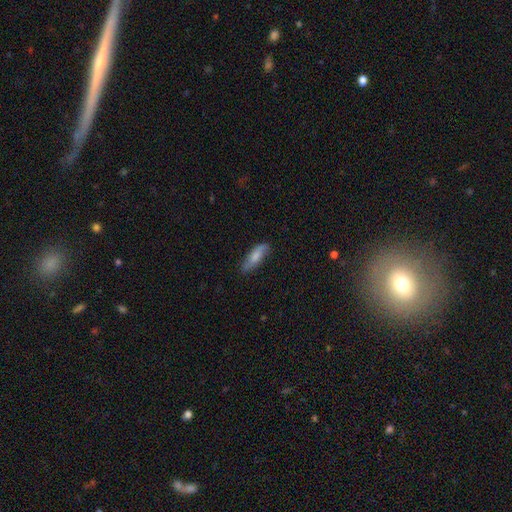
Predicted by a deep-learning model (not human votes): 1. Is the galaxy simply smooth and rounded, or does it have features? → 69% smooth, 25% featured or disk, 6% star or artifact.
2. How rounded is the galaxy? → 55% cigar-shaped, 43% in between, 2% round.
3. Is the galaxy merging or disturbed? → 78% none, 17% minor disturbance, 3% major disturbance, 1% merger.